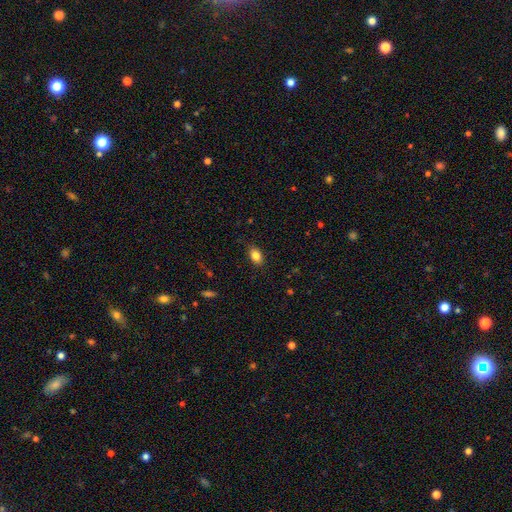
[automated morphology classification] This appears to be a smooth galaxy with no disk features (85%) that is in between round and cigar-shaped (86%). Merging: none (86%).